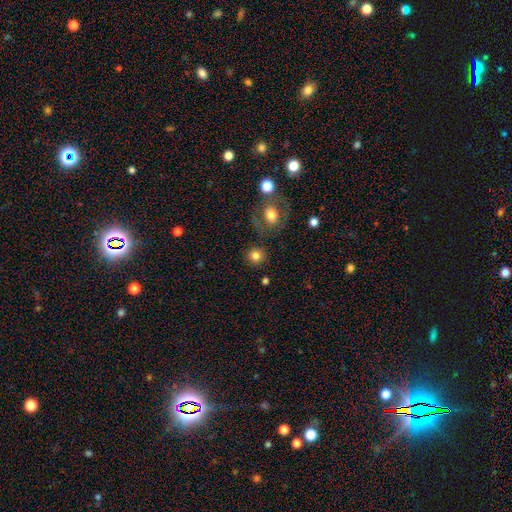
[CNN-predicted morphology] Smooth or featured? smooth (81%)
How rounded? round (91%)
Merging? none (83%)